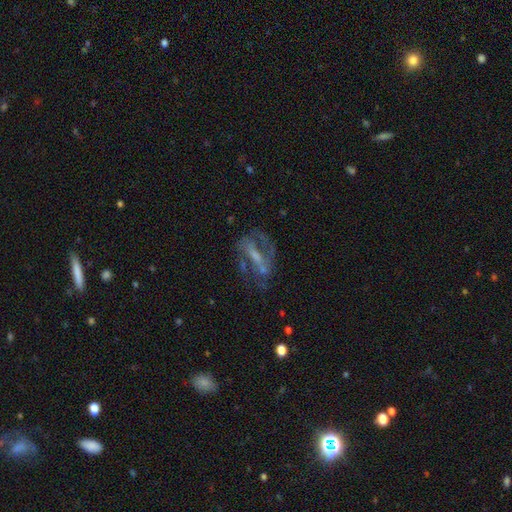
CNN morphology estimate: Smooth or featured? featured or disk (70%)
Edge-on disk? no (89%)
Bar? strong (45%)
Spiral arms? yes (63%)
Bulge size? small (34%)
Merging? none (48%)